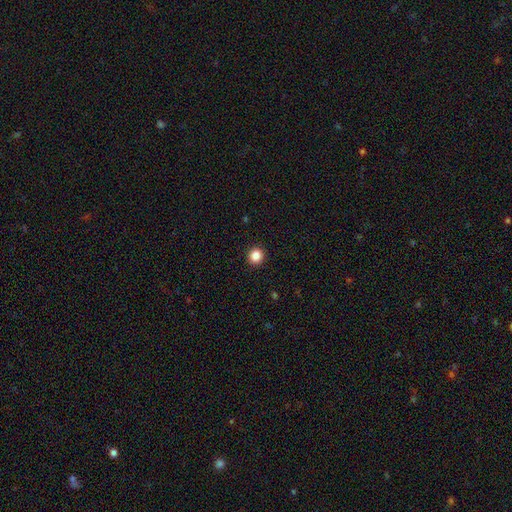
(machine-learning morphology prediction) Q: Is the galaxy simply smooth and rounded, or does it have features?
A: smooth — 87%.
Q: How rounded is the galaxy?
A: round — 90%.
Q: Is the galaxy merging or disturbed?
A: none — 93%.